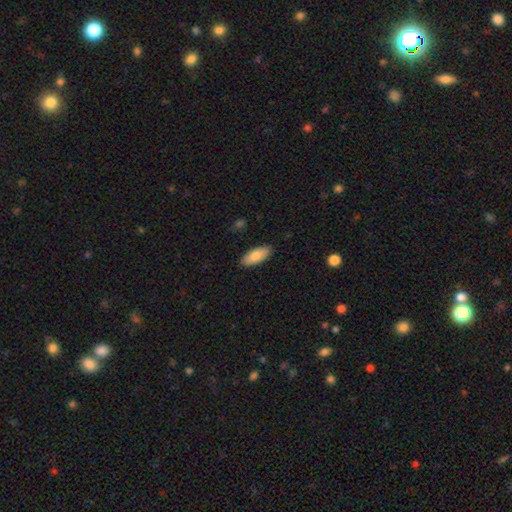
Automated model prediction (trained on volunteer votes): A smooth galaxy with no disk features (82%) that is in between round and cigar-shaped (84%).

Vote fractions:
- Smooth or featured? smooth: 82% / featured or disk: 12% / star or artifact: 6%
- How rounded? in between: 84% / cigar-shaped: 14% / round: 2%
- Merging? none: 88% / minor disturbance: 9% / major disturbance: 2% / merger: 1%